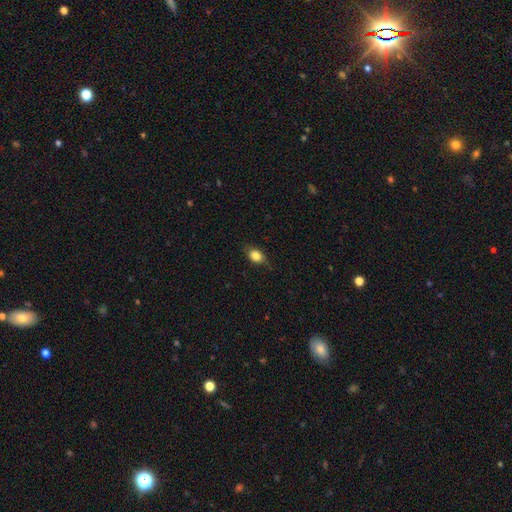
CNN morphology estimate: smooth 82%, featured or disk 9%, star or artifact 9%. Down the decision tree: how rounded — in between (73%); merging — none (75%).